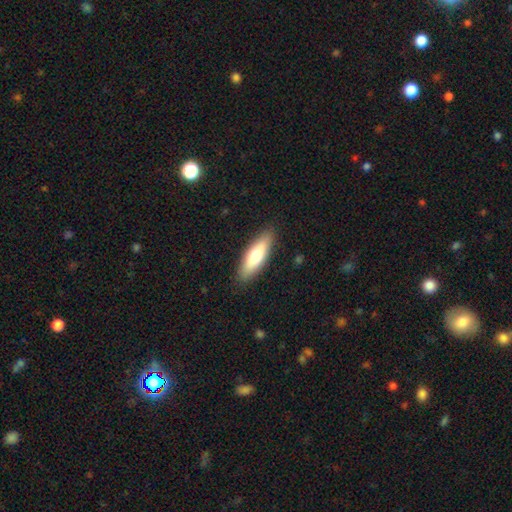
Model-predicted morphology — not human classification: A smooth galaxy with no disk features (69%) that is cigar-shaped (53%). Merging: none (88%).